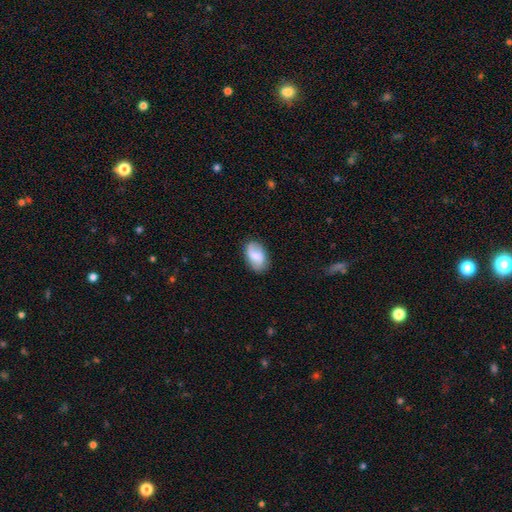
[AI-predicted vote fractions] smooth_or_featured: smooth (p=0.71) [alt: featured or disk p=0.21]
how_rounded: in between (p=0.91) [alt: round p=0.07]
merging: none (p=0.74) [alt: minor disturbance p=0.19]